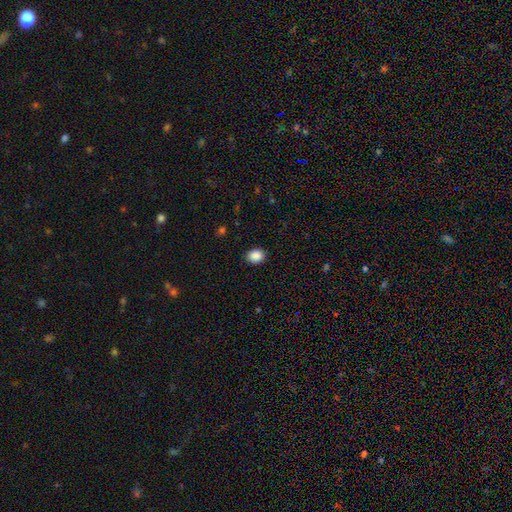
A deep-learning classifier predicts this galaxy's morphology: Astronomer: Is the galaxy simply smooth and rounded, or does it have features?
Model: smooth — 89%.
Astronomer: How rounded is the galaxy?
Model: in between — 52% (runner-up: round, 47%).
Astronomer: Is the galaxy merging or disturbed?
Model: none — 89%.